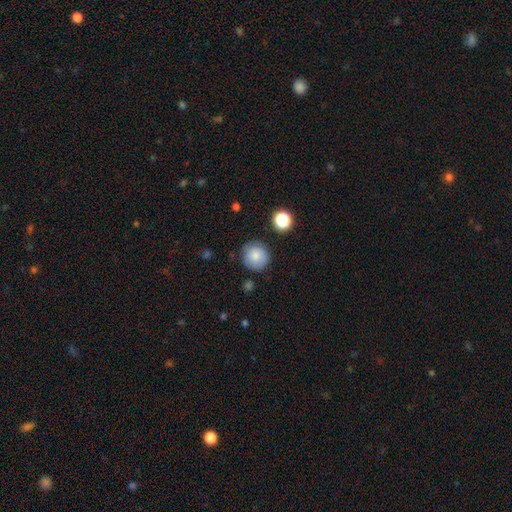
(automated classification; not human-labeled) This is clearly a smooth galaxy (82%). How rounded: clearly round (92%). Merging: clearly none (82%).